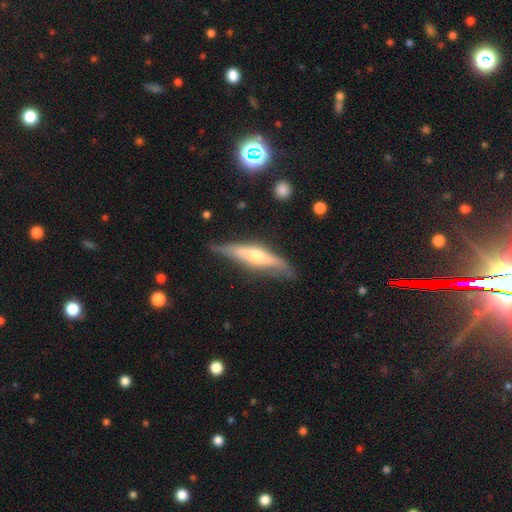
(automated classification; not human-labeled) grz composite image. It shows a featured or disk galaxy (63%) viewed edge-on (90%) with a rounded central bulge (82%). Merging: none (73%).